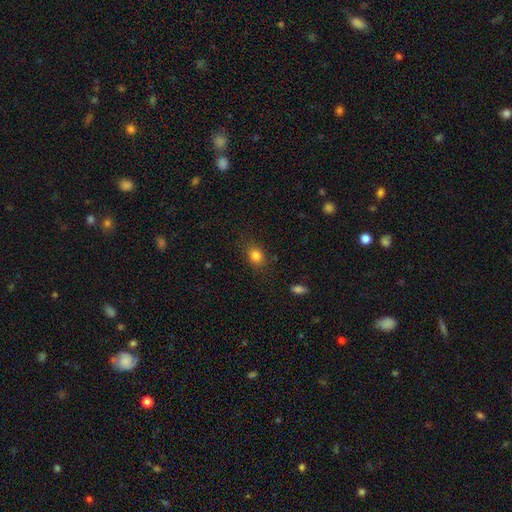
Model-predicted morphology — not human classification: Smooth or featured? Predicted: smooth (p=0.82). How rounded? Predicted: in between (p=0.55). Merging? Predicted: none (p=0.81).